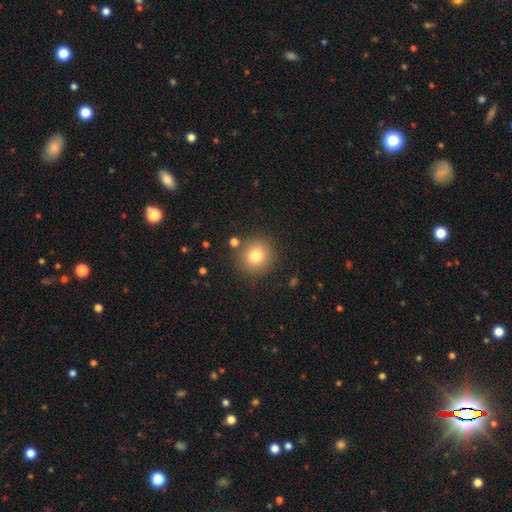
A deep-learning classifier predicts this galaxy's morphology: A smooth galaxy with no disk features (79%) that is round (92%).

Vote fractions:
- Smooth or featured? smooth: 79% / star or artifact: 12% / featured or disk: 9%
- How rounded? round: 92% / in between: 7% / cigar-shaped: 1%
- Merging? none: 86% / minor disturbance: 8% / merger: 4% / major disturbance: 3%